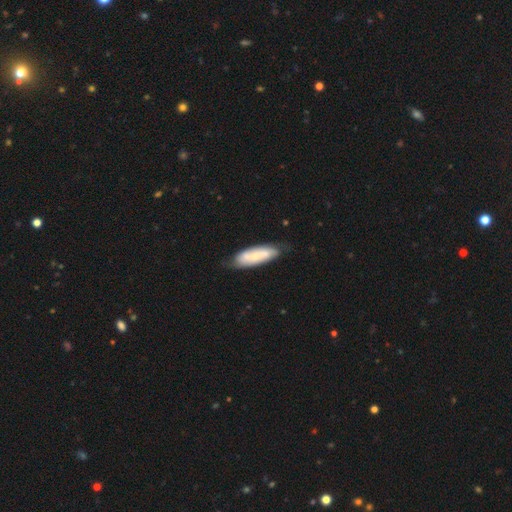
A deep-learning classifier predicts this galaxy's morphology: smooth 48%, featured or disk 47%, star or artifact 6%. Down the decision tree: merging — none (69%).